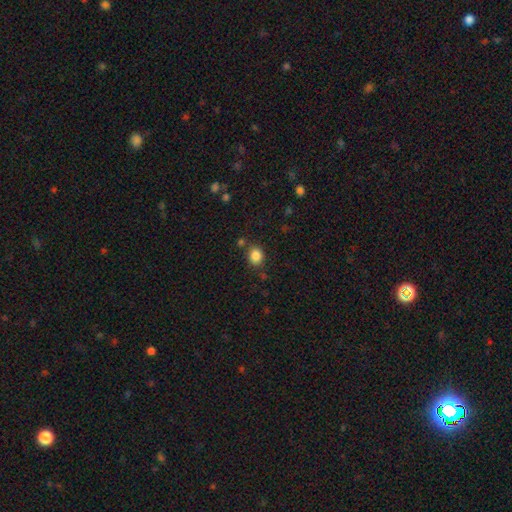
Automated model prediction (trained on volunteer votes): Smooth or featured: smooth — 85% (star or artifact — 10%)
How rounded: round — 65% (in between — 35%)
Merging: none — 78% (minor disturbance — 11%)